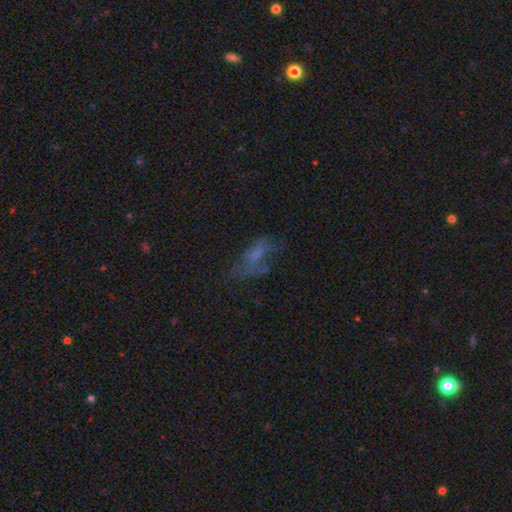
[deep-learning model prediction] Smooth or featured? smooth (44%)
Merging? none (36%, tied with major disturbance)